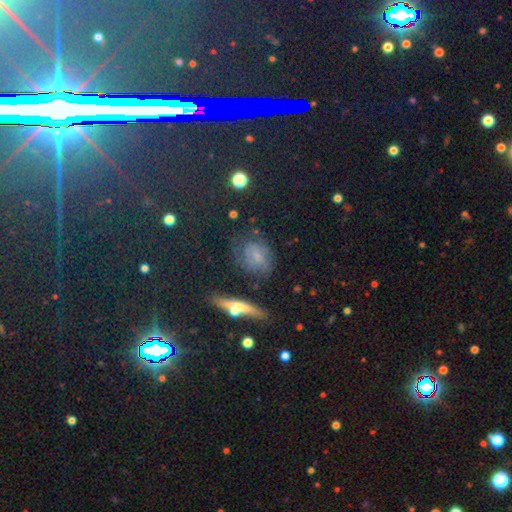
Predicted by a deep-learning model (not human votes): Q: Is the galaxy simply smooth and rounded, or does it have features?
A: smooth — 44%.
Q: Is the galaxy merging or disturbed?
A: none — 63%.